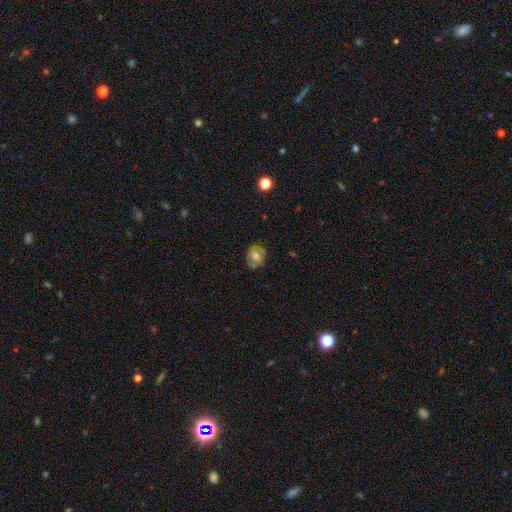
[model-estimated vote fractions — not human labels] smooth 68%, featured or disk 21%, star or artifact 10%. Down the decision tree: how rounded — round (75%); merging — none (74%).